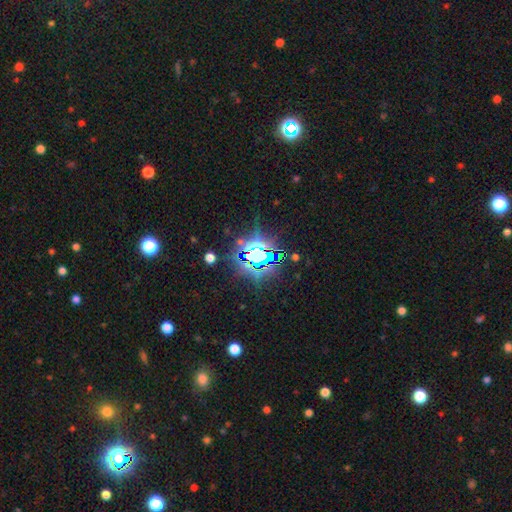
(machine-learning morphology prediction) Smooth or featured? star or artifact (81%)